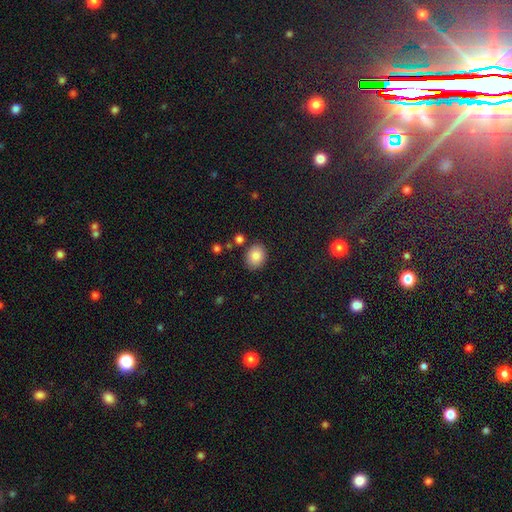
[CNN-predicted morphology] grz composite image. It shows a smooth galaxy with no disk features (84%) that is in between round and cigar-shaped (53%). Merging: none (85%).